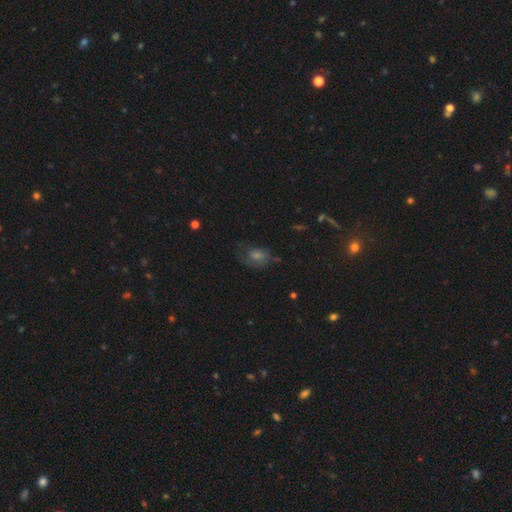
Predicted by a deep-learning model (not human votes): This appears to be a smooth galaxy with no disk features (42%). Merging: none (56%).